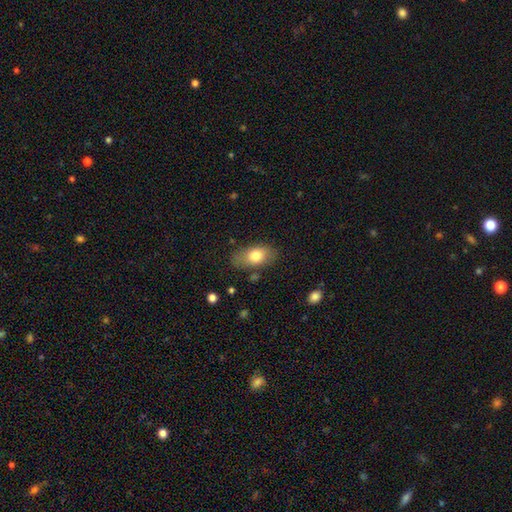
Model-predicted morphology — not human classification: Q: Smooth or featured?
A: smooth (76%); runner-up: featured or disk (17%)
Q: How rounded?
A: in between (88%); runner-up: round (8%)
Q: Merging?
A: none (77%); runner-up: minor disturbance (16%)